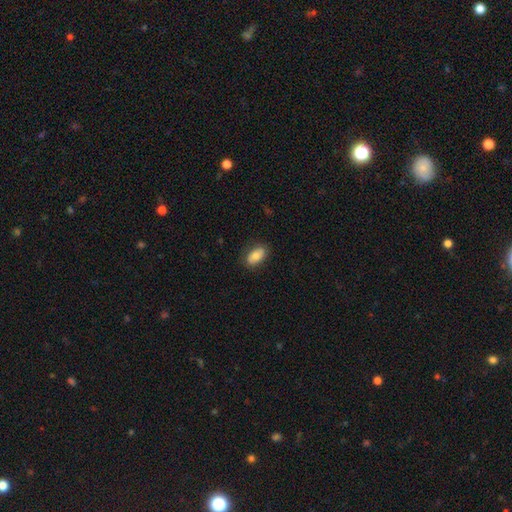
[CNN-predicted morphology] A smooth galaxy with no disk features (80%) that is in between round and cigar-shaped (91%). Merging: none (82%).